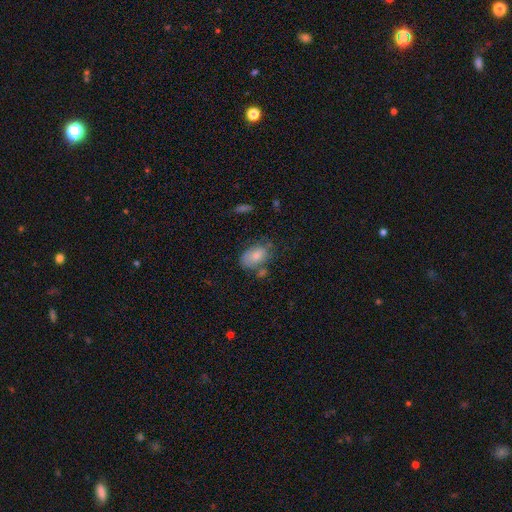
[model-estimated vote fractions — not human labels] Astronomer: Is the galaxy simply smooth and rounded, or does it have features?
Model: smooth — 75%.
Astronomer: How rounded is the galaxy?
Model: in between — 89%.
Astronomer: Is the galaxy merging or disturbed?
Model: none — 51% (runner-up: minor disturbance, 27%).